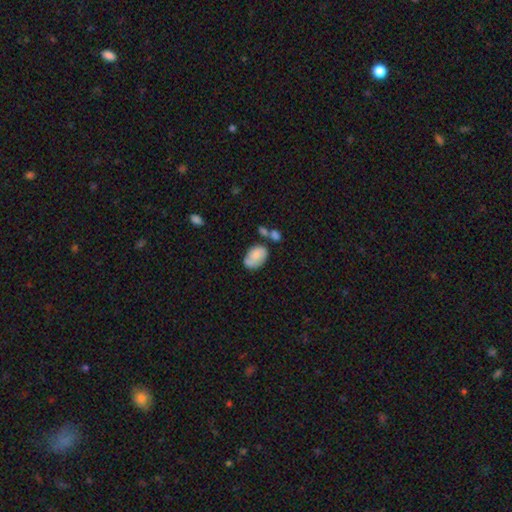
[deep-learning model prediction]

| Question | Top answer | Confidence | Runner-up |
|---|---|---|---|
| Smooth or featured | smooth | 70% | featured or disk (22%) |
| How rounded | in between | 89% | round (10%) |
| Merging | none | 50% | minor disturbance (25%) |